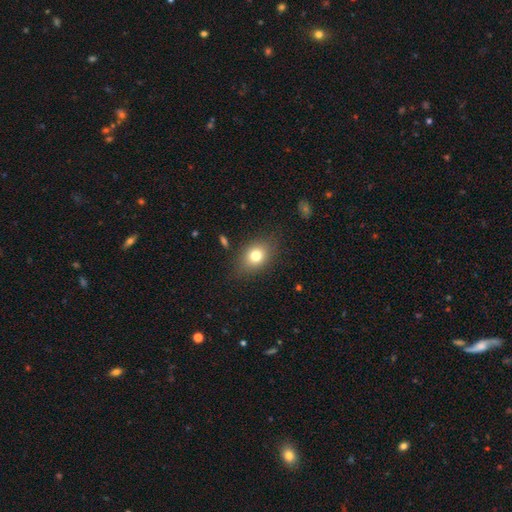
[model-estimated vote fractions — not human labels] Morphology: type=smooth (77%); roundness=in between (62%); merging=none (80%).